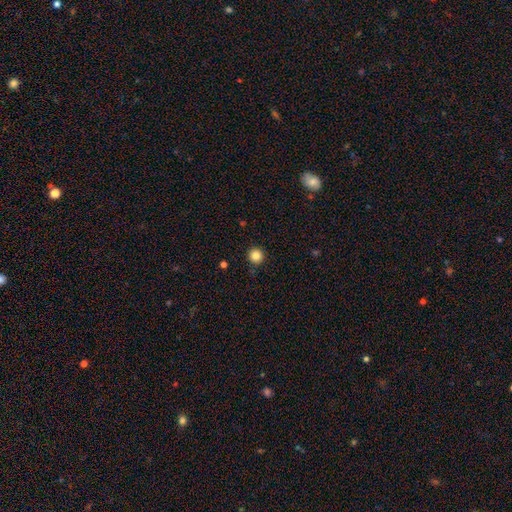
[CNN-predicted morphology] smooth-or-featured: smooth: 85% | star or artifact: 11% | featured or disk: 4%
  how-rounded: round: 96% | in between: 3% | cigar-shaped: 1%
  merging: none: 92% | minor disturbance: 5% | major disturbance: 2% | merger: 1%